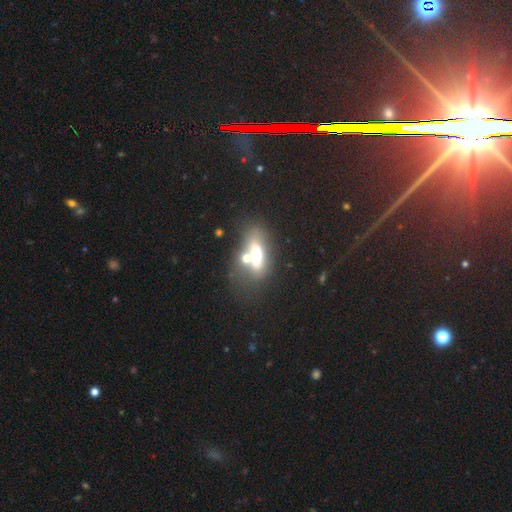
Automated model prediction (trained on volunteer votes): smooth 51%, featured or disk 38%, star or artifact 11%. Down the decision tree: how rounded — in between (68%); merging — none (41%).